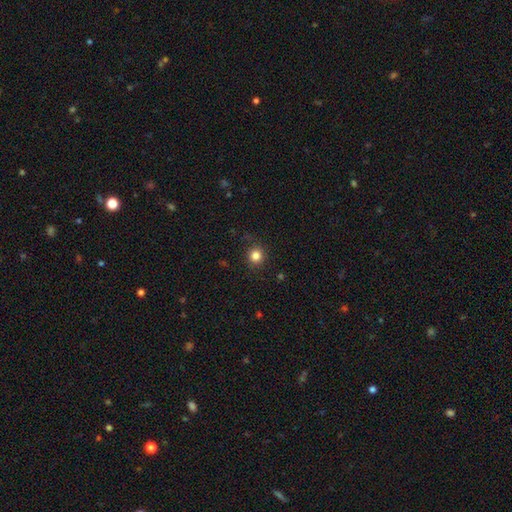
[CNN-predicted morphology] smooth_or_featured: smooth (p=0.83) [alt: star or artifact p=0.12]
how_rounded: round (p=0.91) [alt: in between p=0.08]
merging: none (p=0.88) [alt: minor disturbance p=0.08]